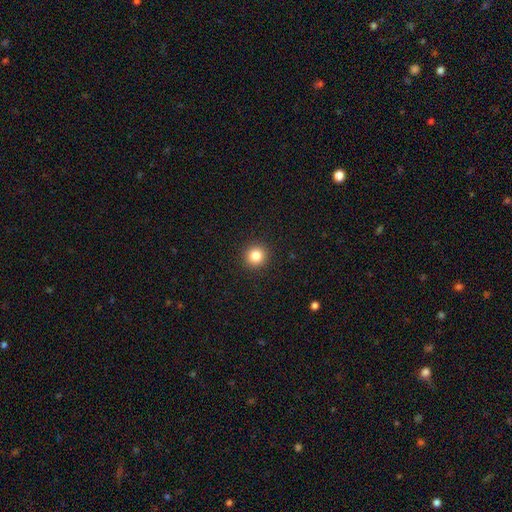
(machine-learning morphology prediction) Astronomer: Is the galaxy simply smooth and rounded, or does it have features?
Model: smooth — 83%.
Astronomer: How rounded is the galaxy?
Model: round — 94%.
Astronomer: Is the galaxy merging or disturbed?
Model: none — 93%.